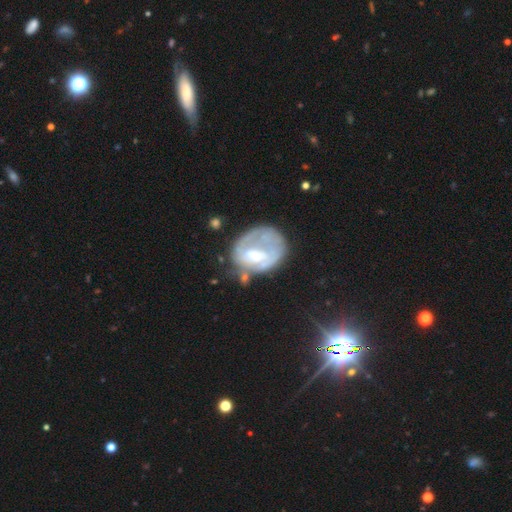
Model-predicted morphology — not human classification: smooth-or-featured: featured or disk: 63% | smooth: 29% | star or artifact: 8%
  disk-edge-on: no: 97% | yes: 3%
    bar: weak: 42% (tied) | no: 42% (tied) | strong: 16%
    has-spiral-arms: no: 55% | yes: 45%
    bulge-size: moderate: 50% | small: 27% | none: 12% | large: 9% | dominant: 2%
  merging: none: 36% | major disturbance: 30% | minor disturbance: 25% | merger: 8%